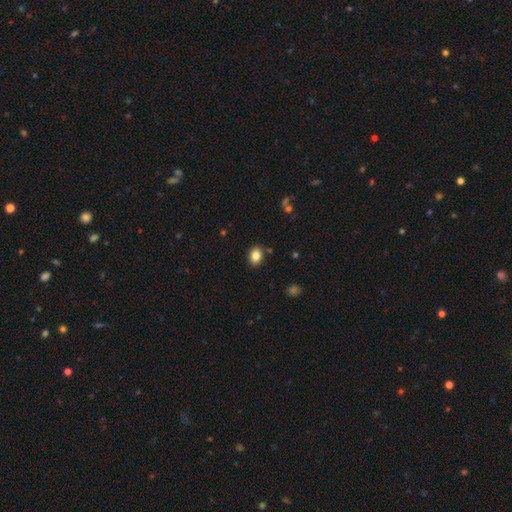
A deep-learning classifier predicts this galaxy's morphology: smooth-or-featured: smooth: 83% | star or artifact: 10% | featured or disk: 7%
  how-rounded: in between: 67% | round: 32% | cigar-shaped: 1%
  merging: none: 87% | minor disturbance: 9% | merger: 2% | major disturbance: 2%